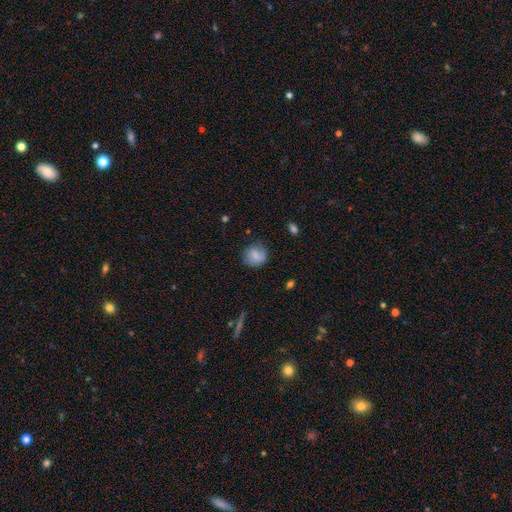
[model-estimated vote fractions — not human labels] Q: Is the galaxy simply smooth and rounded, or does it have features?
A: smooth — 76%.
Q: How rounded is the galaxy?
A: round — 78%.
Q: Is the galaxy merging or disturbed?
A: none — 71%.